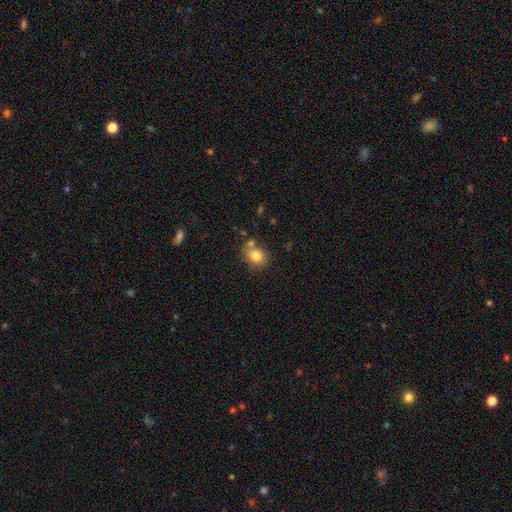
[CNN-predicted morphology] smooth_or_featured: smooth (p=0.81) [alt: star or artifact p=0.10]
how_rounded: round (p=0.56) [alt: in between p=0.43]
merging: none (p=0.65) [alt: merger p=0.17]